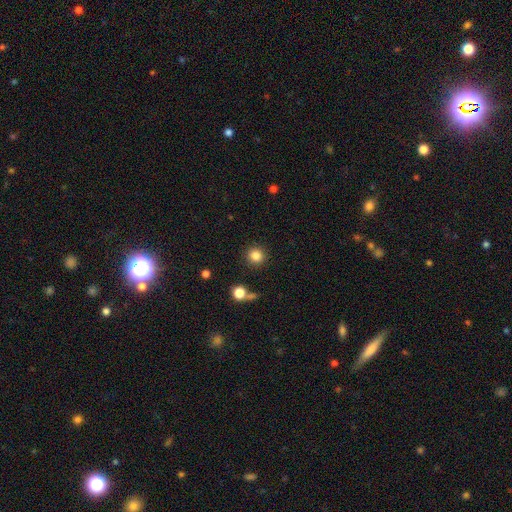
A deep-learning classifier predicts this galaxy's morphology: Smooth or featured? Predicted: smooth (p=0.84). How rounded? Predicted: round (p=0.92). Merging? Predicted: none (p=0.89).